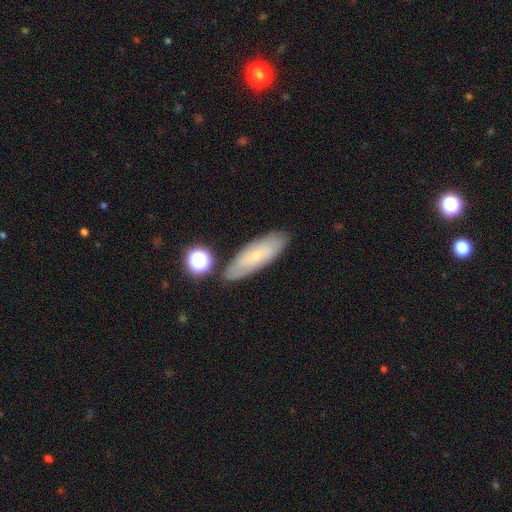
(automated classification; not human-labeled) Q: Smooth or featured?
A: smooth (49%); runner-up: featured or disk (42%)
Q: Merging?
A: none (79%); runner-up: minor disturbance (14%)